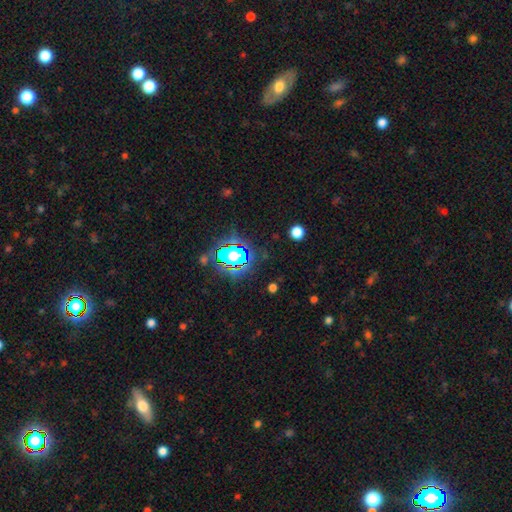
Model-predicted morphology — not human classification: The model was most divided on "smooth or featured": star or artifact: 77%, smooth: 14%, featured or disk: 9%.